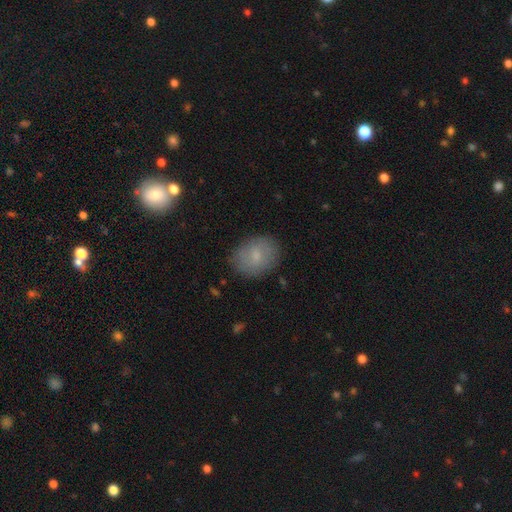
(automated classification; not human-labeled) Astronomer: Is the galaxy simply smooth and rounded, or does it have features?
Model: smooth — 74%.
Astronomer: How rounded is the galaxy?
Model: in between — 62% (runner-up: round, 37%).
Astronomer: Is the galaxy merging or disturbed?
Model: none — 83%.